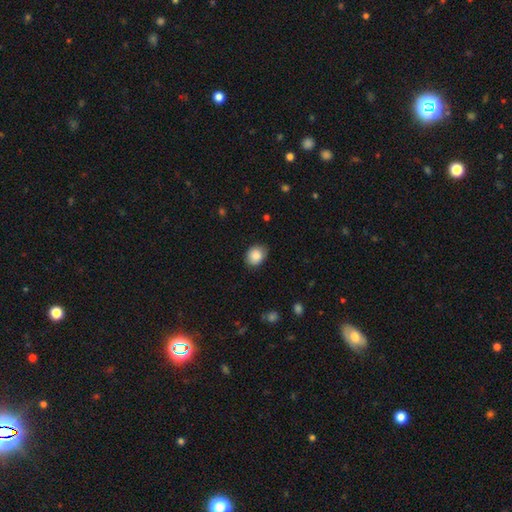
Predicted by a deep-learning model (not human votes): smooth_or_featured: smooth (p=0.87) [alt: star or artifact p=0.08]
how_rounded: round (p=0.51) [alt: in between p=0.48]
merging: none (p=0.81) [alt: minor disturbance p=0.15]